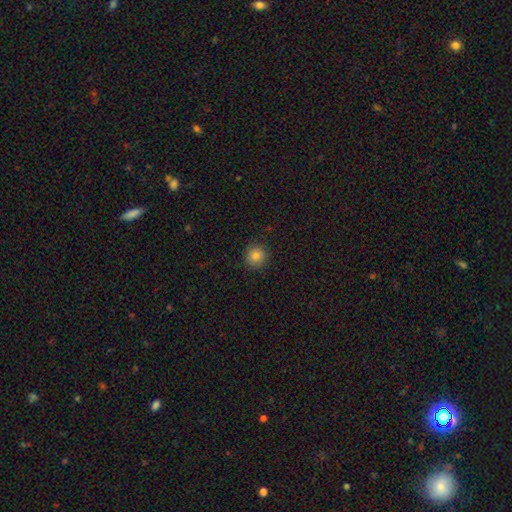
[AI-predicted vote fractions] Smooth or featured? smooth (84%)
How rounded? round (93%)
Merging? none (90%)